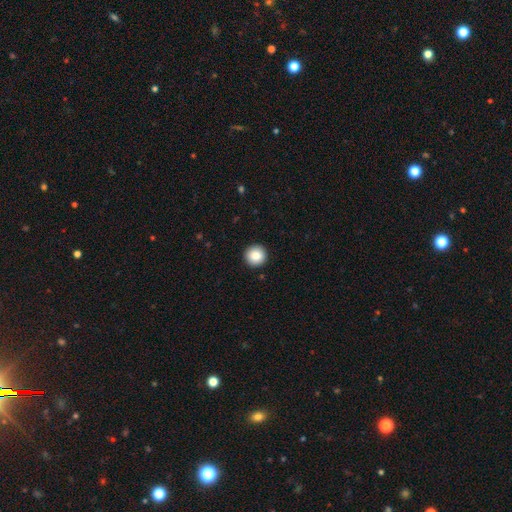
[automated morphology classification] type=smooth (87%); roundness=round (96%); merging=none (93%).